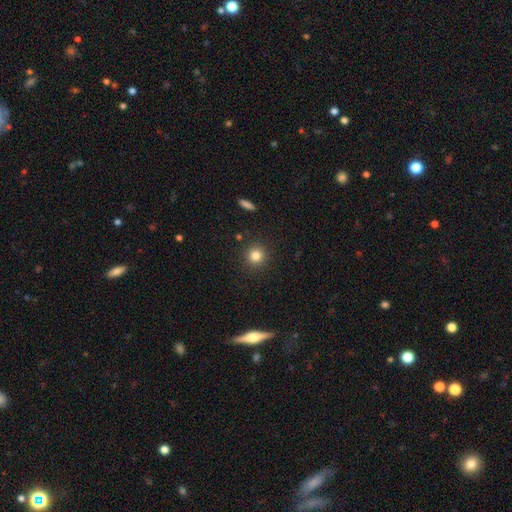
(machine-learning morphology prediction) Smooth or featured?
  - smooth: 81% *
  - star or artifact: 12%
  - featured or disk: 6%
How rounded?
  - round: 93% *
  - in between: 6%
  - cigar-shaped: 1%
Merging?
  - none: 90% *
  - minor disturbance: 6%
  - major disturbance: 2%
  - merger: 2%